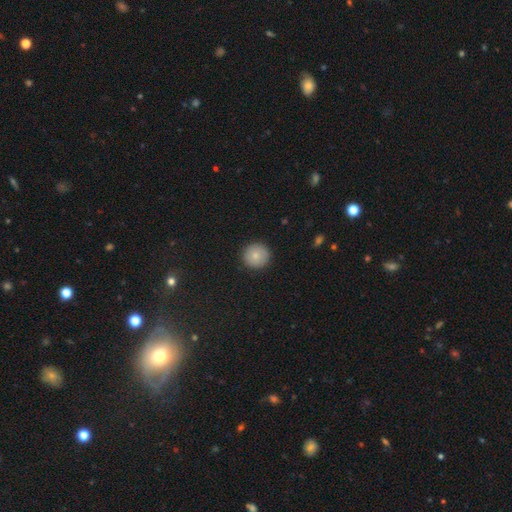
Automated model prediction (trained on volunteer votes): A smooth galaxy with no disk features (80%) that is round (95%). Merging: none (91%).